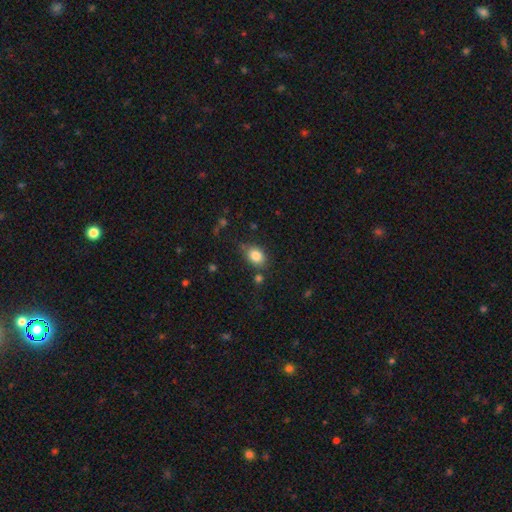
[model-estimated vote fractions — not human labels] A smooth galaxy with no disk features (84%) that is in between round and cigar-shaped (69%).

Vote fractions:
- Smooth or featured? smooth: 84% / star or artifact: 9% / featured or disk: 7%
- How rounded? in between: 69% / round: 29% / cigar-shaped: 1%
- Merging? none: 73% / minor disturbance: 16% / merger: 6% / major disturbance: 4%